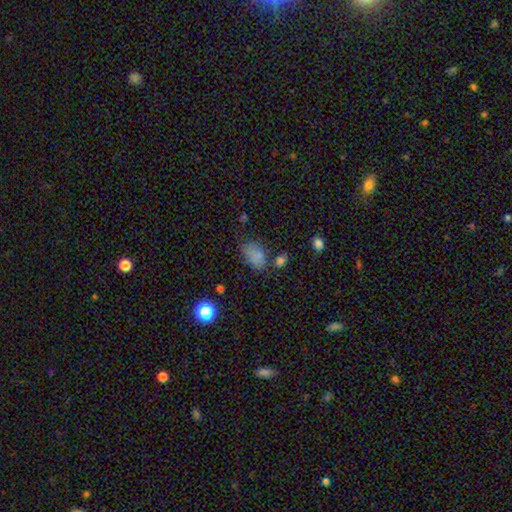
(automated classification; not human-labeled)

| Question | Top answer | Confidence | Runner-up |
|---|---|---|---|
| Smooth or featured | smooth | 76% | star or artifact (15%) |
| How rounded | in between | 87% | round (12%) |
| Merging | none | 55% | minor disturbance (25%) |